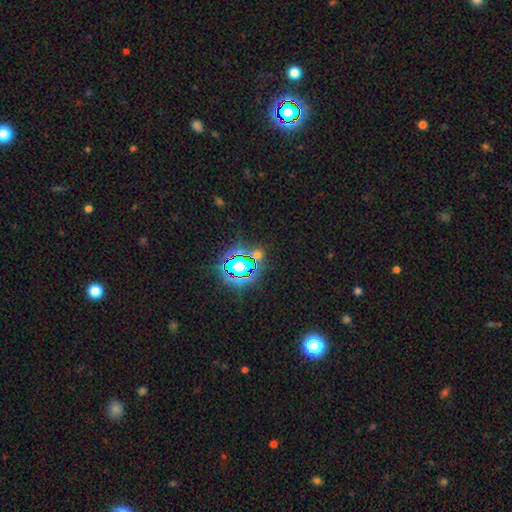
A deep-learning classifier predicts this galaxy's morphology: This is likely a star or artifact rather than a galaxy (74%).